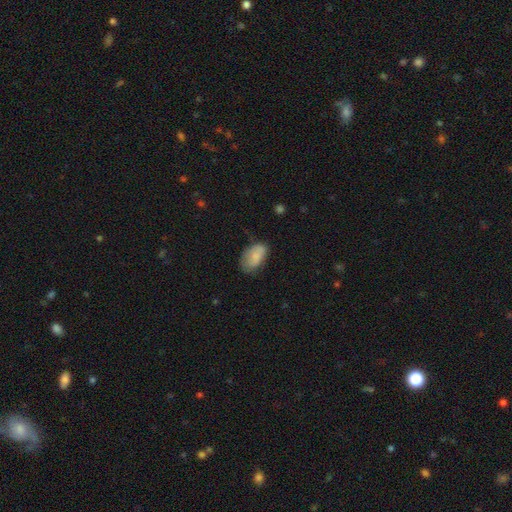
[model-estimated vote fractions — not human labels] Smooth or featured? Predicted: smooth (p=0.79). How rounded? Predicted: in between (p=0.93). Merging? Predicted: none (p=0.57).